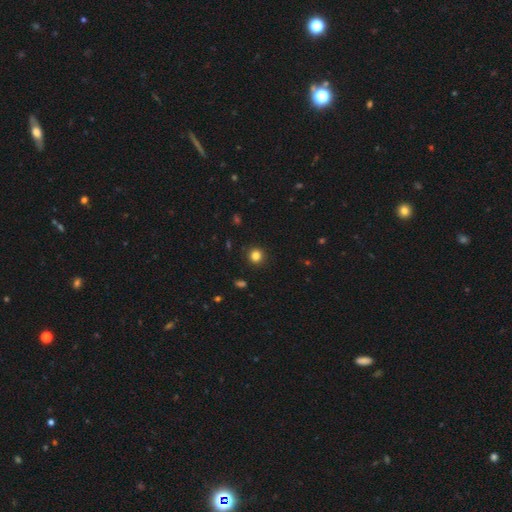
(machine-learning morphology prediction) type=smooth (83%); roundness=round (92%); merging=none (92%).